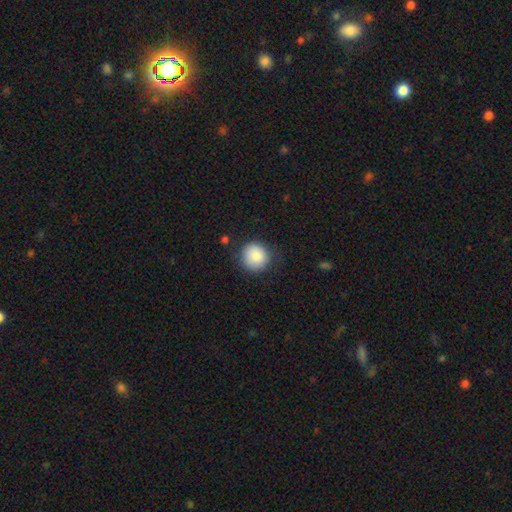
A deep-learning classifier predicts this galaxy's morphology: The model was most divided on "merging": none: 78%, minor disturbance: 16%, major disturbance: 4%, merger: 2%. More confident: how rounded — round (91%); smooth or featured — smooth (86%).